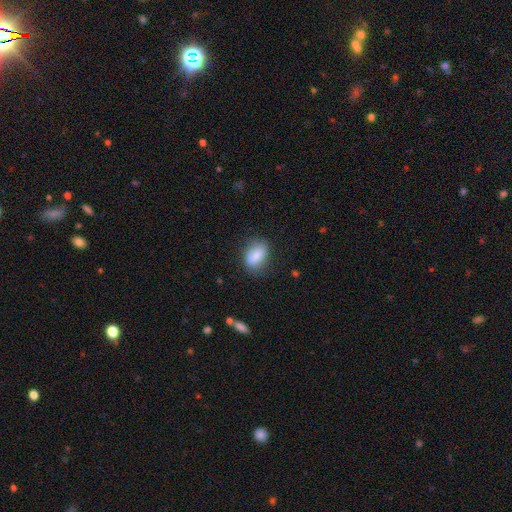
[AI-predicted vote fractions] Q: Smooth or featured?
A: smooth (82%); runner-up: featured or disk (11%)
Q: How rounded?
A: in between (84%); runner-up: round (13%)
Q: Merging?
A: none (73%); runner-up: minor disturbance (20%)